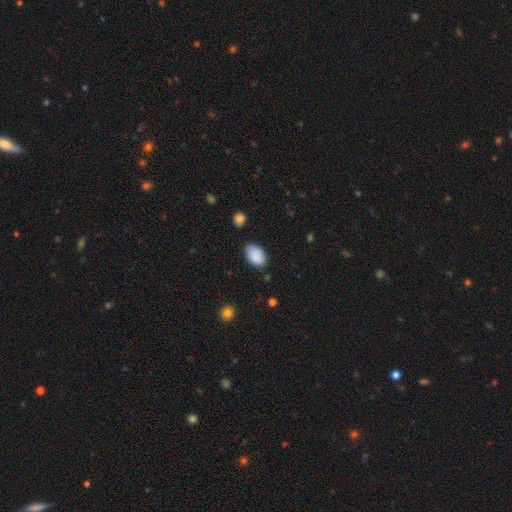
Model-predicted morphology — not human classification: A smooth galaxy with no disk features (89%) that is in between round and cigar-shaped (91%).

Vote fractions:
- Smooth or featured? smooth: 89% / star or artifact: 7% / featured or disk: 4%
- How rounded? in between: 91% / round: 8% / cigar-shaped: 1%
- Merging? none: 76% / minor disturbance: 18% / major disturbance: 3% / merger: 2%